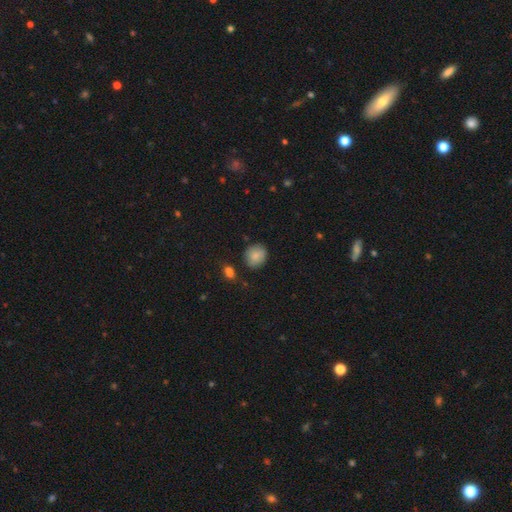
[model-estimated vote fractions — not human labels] A smooth galaxy with no disk features (84%) that is round (76%).

Vote fractions:
- Smooth or featured? smooth: 84% / featured or disk: 8% / star or artifact: 8%
- How rounded? round: 76% / in between: 22% / cigar-shaped: 1%
- Merging? none: 79% / minor disturbance: 14% / merger: 4% / major disturbance: 3%